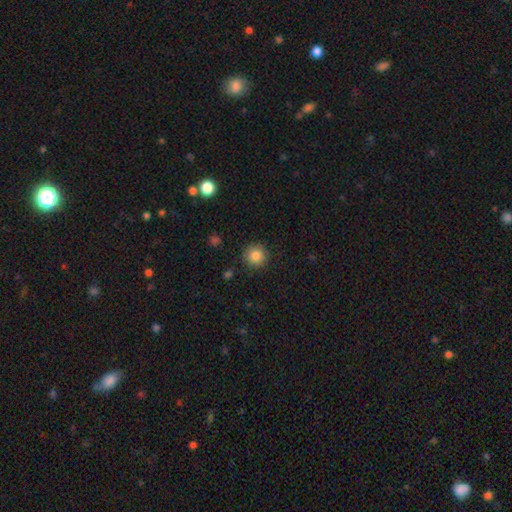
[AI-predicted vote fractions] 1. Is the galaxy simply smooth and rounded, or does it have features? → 84% smooth, 10% star or artifact, 6% featured or disk.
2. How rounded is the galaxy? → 94% round, 5% in between, 1% cigar-shaped.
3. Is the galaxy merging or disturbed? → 90% none, 7% minor disturbance, 2% major disturbance, 1% merger.